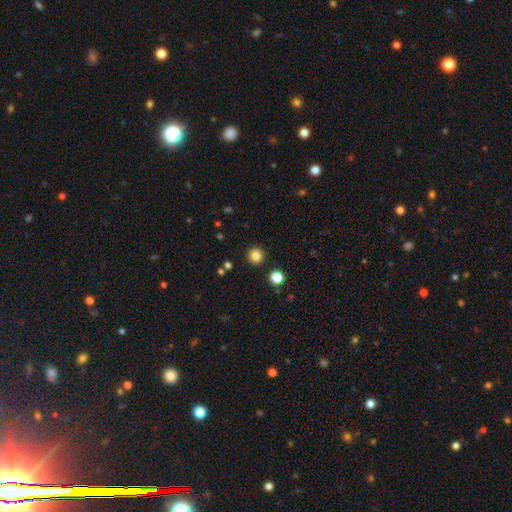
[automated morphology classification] This appears to be a smooth galaxy with no disk features (84%) that is round (95%). Merging: none (92%).